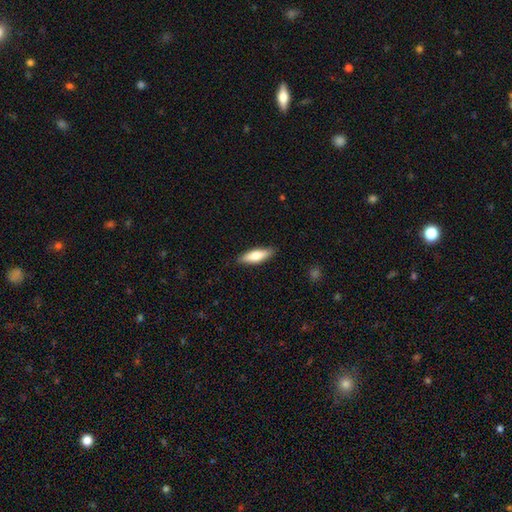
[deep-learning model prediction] A smooth galaxy with no disk features (68%) that is cigar-shaped (54%).

Vote fractions:
- Smooth or featured? smooth: 68% / featured or disk: 27% / star or artifact: 6%
- How rounded? cigar-shaped: 54% / in between: 44% / round: 2%
- Merging? none: 88% / minor disturbance: 9% / major disturbance: 2% / merger: 1%